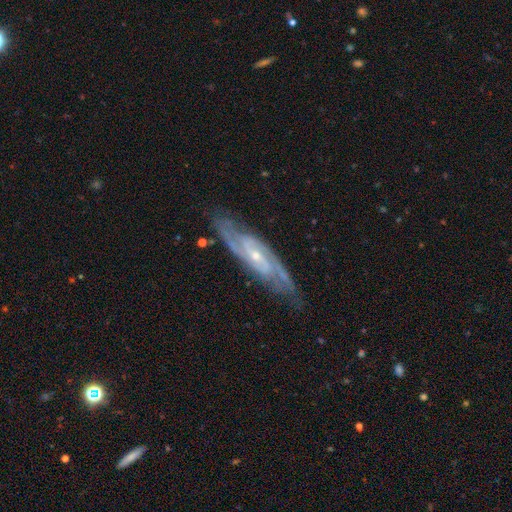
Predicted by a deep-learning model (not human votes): Q: Smooth or featured?
A: featured or disk (89%); runner-up: smooth (6%)
Q: Edge-on disk?
A: no (85%); runner-up: yes (15%)
Q: Bar?
A: weak (42%); runner-up: no (41%)
Q: Spiral arms?
A: yes (97%); runner-up: no (3%)
Q: Spiral winding?
A: medium (46%); runner-up: tight (44%)
Q: Spiral arm count?
A: 2 (66%); runner-up: 3 (12%)
Q: Bulge size?
A: small (70%); runner-up: moderate (26%)
Q: Merging?
A: none (80%); runner-up: minor disturbance (15%)